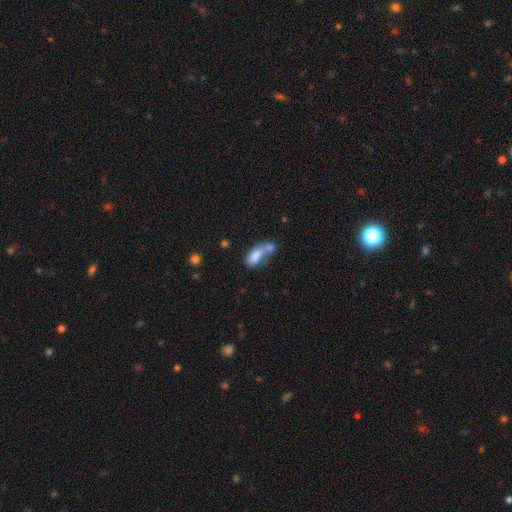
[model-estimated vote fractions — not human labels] smooth-or-featured: smooth: 75% | featured or disk: 16% | star or artifact: 8%
  how-rounded: in between: 83% | cigar-shaped: 12% | round: 5%
  merging: merger: 60% | none: 19% | minor disturbance: 11% | major disturbance: 10%